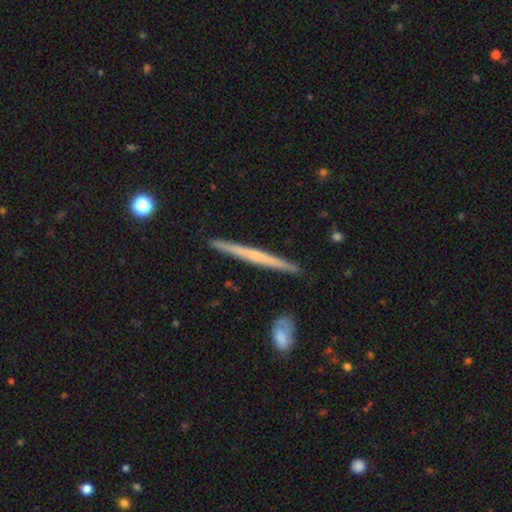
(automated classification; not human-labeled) Smooth or featured? Predicted: featured or disk (p=0.52). Edge-on disk? Predicted: yes (p=0.97). Edge-on bulge? Predicted: none (p=0.76). Merging? Predicted: none (p=0.91).